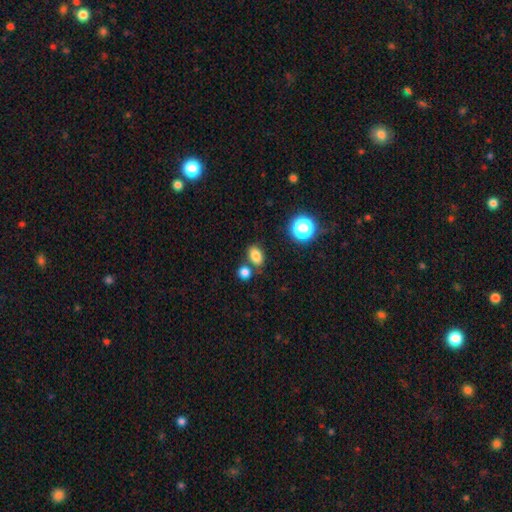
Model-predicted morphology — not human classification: A smooth galaxy with no disk features (81%) that is in between round and cigar-shaped (75%).

Vote fractions:
- Smooth or featured? smooth: 81% / star or artifact: 13% / featured or disk: 6%
- How rounded? in between: 75% / round: 24% / cigar-shaped: 1%
- Merging? none: 71% / merger: 14% / minor disturbance: 11% / major disturbance: 3%